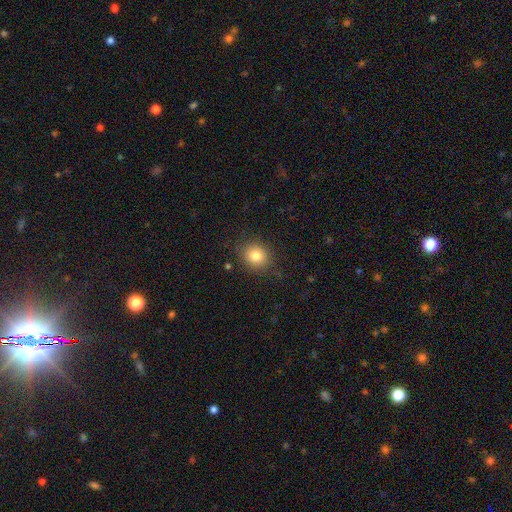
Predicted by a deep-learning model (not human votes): The model was most divided on "how rounded": round: 79%, in between: 20%, cigar-shaped: 1%. More confident: merging — none (86%); smooth or featured — smooth (81%).